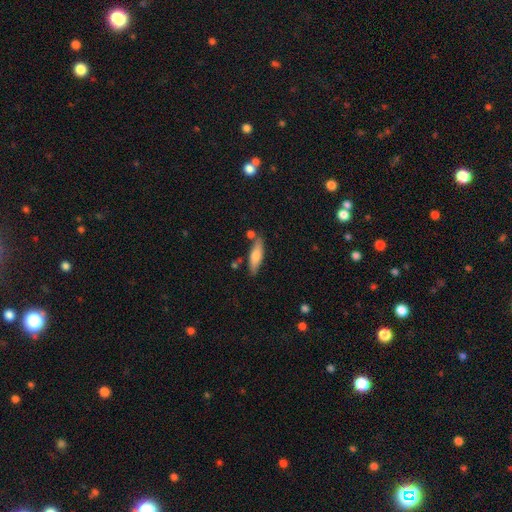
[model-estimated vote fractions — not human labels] Overall: smooth (68%). How rounded: cigar-shaped (56%; in between 42%). Merging: none (74%).